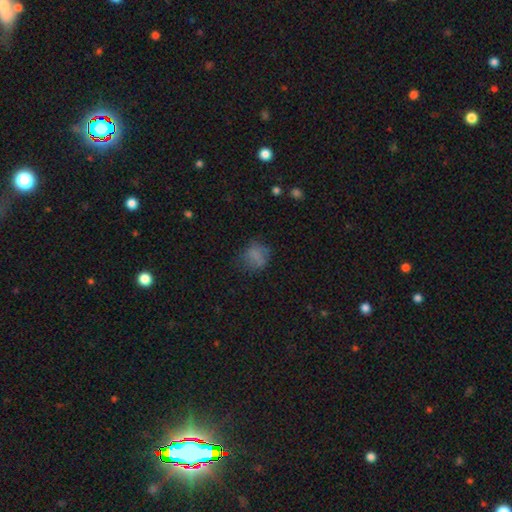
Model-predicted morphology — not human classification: type=smooth (73%); roundness=round (70%); merging=none (64%).